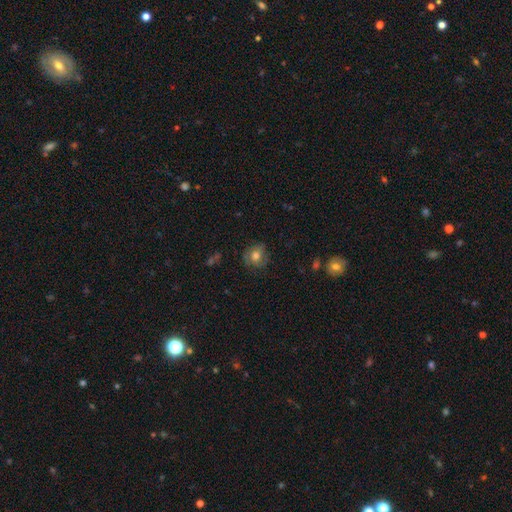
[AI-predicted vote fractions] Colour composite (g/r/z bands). It shows a smooth galaxy with no disk features (63%) that is round (80%). Merging: none (72%).